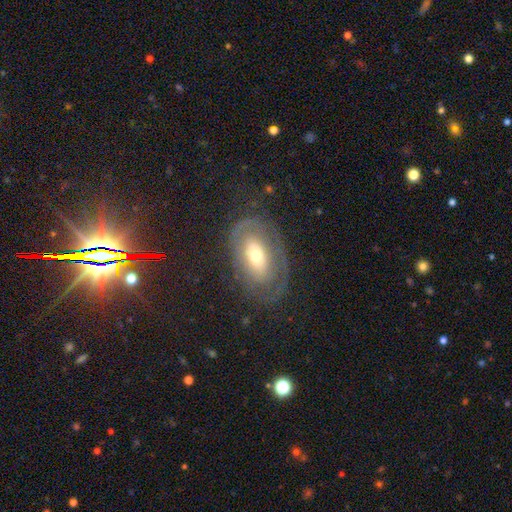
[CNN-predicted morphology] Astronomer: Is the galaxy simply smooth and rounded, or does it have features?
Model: featured or disk — 58%.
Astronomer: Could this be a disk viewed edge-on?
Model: no — 91%.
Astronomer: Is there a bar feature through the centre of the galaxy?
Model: no — 74%.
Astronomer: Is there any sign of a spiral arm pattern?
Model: no — 50%, tied with yes at 50%.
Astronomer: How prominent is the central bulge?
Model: moderate — 55% (runner-up: small, 35%).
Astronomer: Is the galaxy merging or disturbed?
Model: none — 65%.